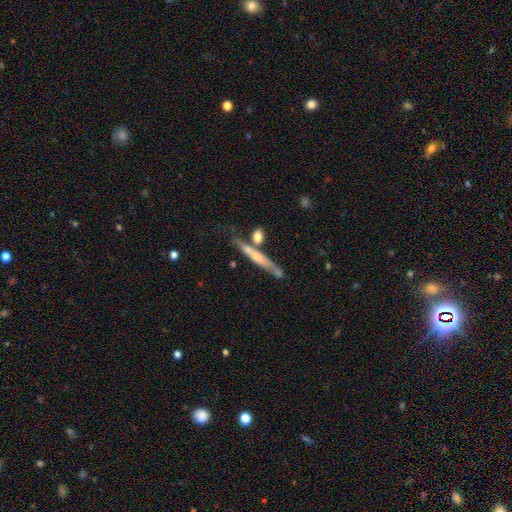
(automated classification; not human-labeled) Q: Smooth or featured?
A: featured or disk (52%); runner-up: smooth (41%)
Q: Edge-on disk?
A: yes (85%); runner-up: no (15%)
Q: Merging?
A: none (56%); runner-up: merger (20%)